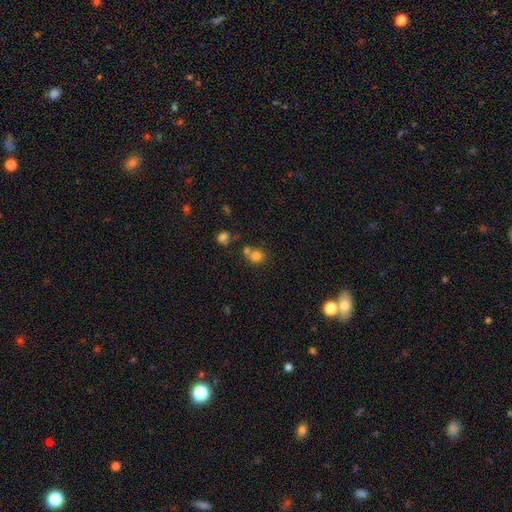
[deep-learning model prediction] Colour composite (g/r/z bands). It shows a smooth galaxy with no disk features (78%) that is round (72%). Merging: none (50%).